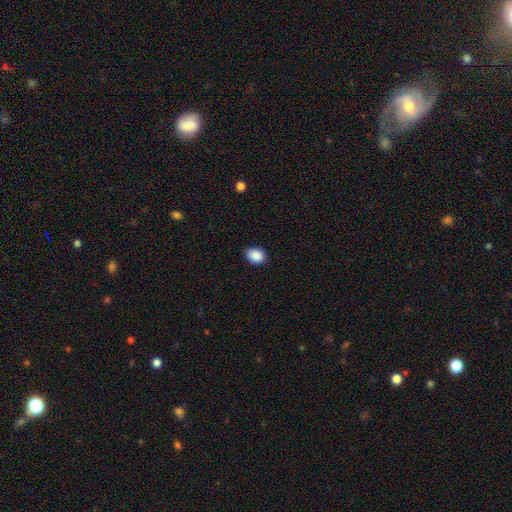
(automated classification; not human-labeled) The model was most divided on "how rounded": in between: 60%, round: 39%, cigar-shaped: 1%. More confident: smooth or featured — smooth (89%); merging — none (86%).